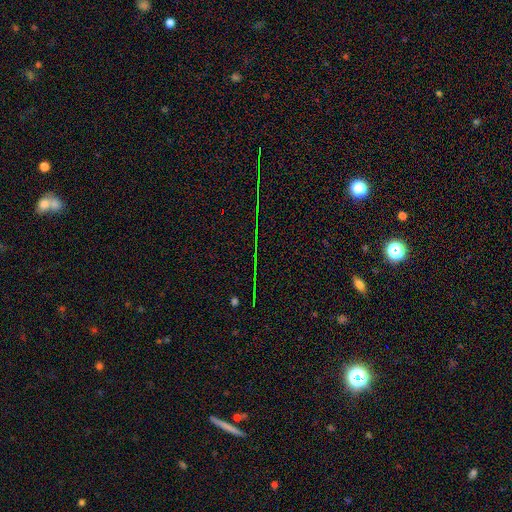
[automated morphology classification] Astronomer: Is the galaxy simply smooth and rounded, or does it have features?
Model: star or artifact — 79%.